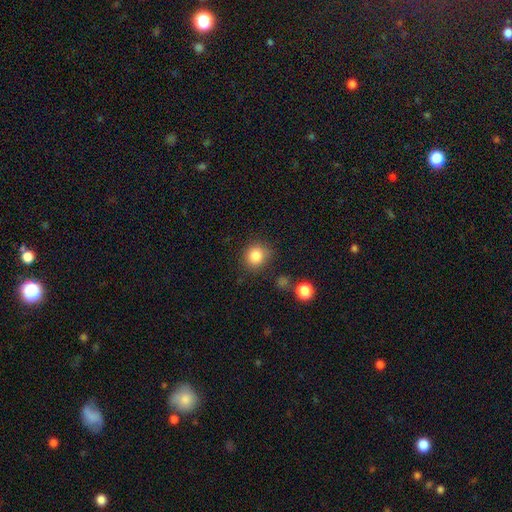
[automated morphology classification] Smooth or featured? smooth (85%)
How rounded? round (84%)
Merging? none (80%)